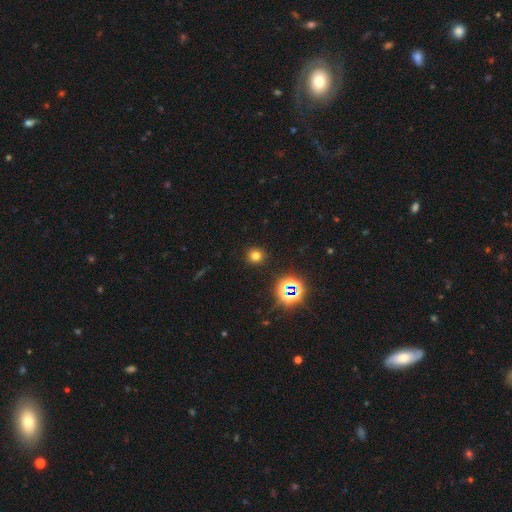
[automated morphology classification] This appears to be a smooth galaxy with no disk features (71%) that is round (91%). Merging: none (91%).